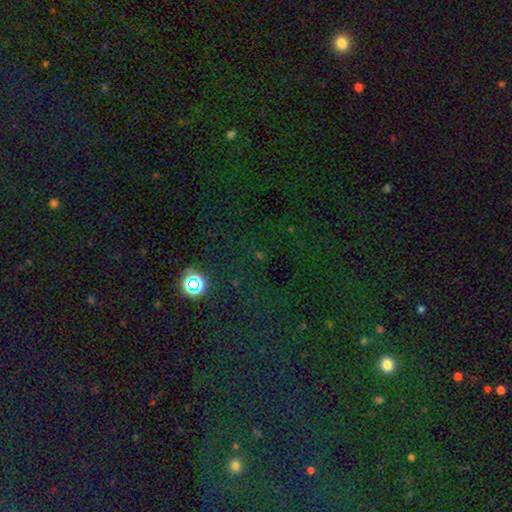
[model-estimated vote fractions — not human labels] Smooth or featured?
  - star or artifact: 76% *
  - smooth: 17%
  - featured or disk: 7%